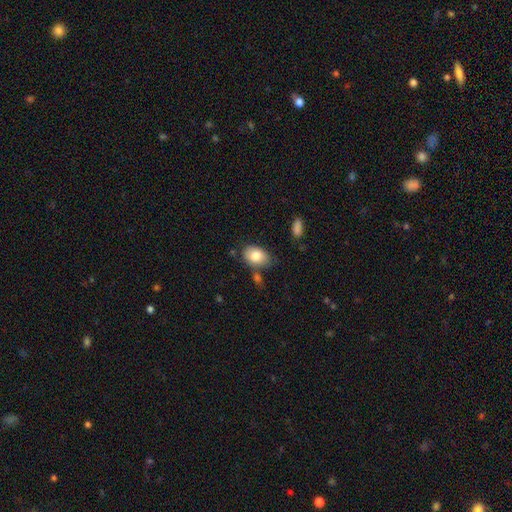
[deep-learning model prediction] A smooth galaxy with no disk features (82%) that is in between round and cigar-shaped (86%).

Vote fractions:
- Smooth or featured? smooth: 82% / featured or disk: 11% / star or artifact: 7%
- How rounded? in between: 86% / round: 13% / cigar-shaped: 1%
- Merging? none: 68% / minor disturbance: 20% / merger: 8% / major disturbance: 5%